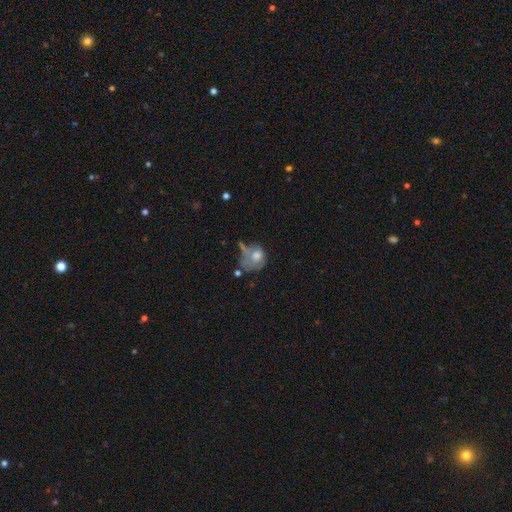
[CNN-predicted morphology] This is possibly a smooth galaxy (54%). How rounded: possibly round (59%). Merging: marginally major disturbance (32%).